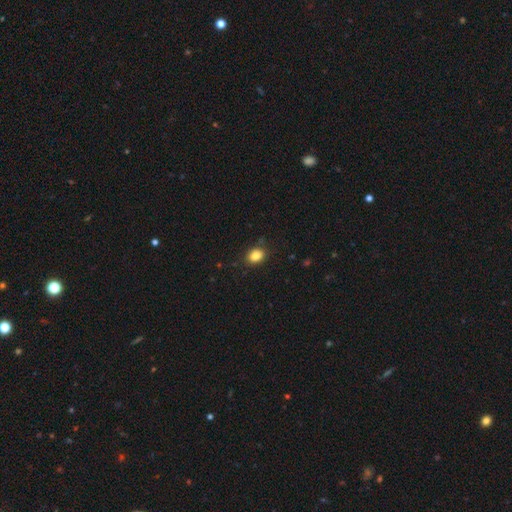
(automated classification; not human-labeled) A smooth galaxy with no disk features (84%) that is in between round and cigar-shaped (65%). Merging: none (84%).